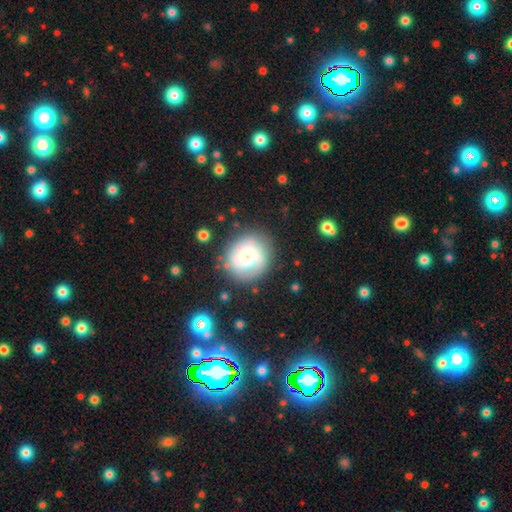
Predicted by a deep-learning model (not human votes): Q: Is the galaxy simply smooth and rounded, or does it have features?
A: featured or disk — 68%.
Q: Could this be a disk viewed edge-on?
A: no — 98%.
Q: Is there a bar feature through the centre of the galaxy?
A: no — 57%.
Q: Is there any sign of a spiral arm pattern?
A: yes — 91%.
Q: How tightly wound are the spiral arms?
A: medium — 45%.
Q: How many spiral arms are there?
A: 2 — 62%.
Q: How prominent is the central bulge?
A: moderate — 44%.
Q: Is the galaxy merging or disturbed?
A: none — 77%.